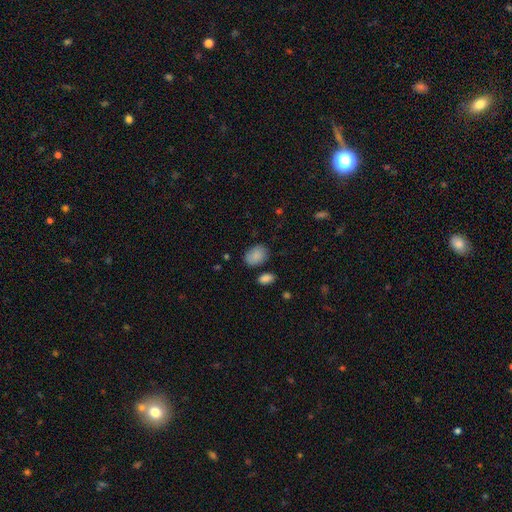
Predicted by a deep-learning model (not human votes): This is clearly a smooth galaxy (87%). How rounded: likely in between (77%). Merging: likely none (74%).